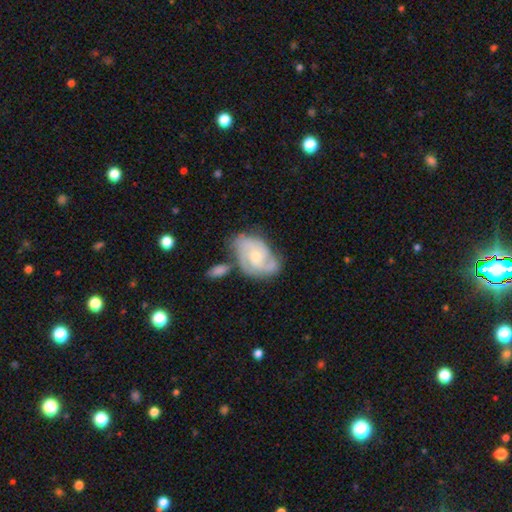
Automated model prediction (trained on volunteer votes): This appears to be a featured or disk galaxy (79%) with no bar (64%), 2 (47%) tight (48%) spiral arms (94%) and a small central bulge (56%). Merging: none (51%).